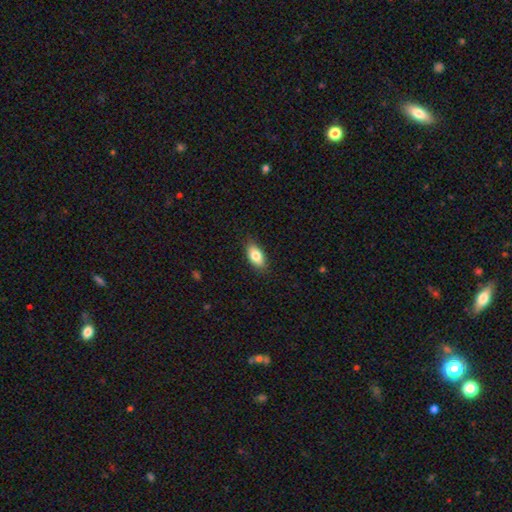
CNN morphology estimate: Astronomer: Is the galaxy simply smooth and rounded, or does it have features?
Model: smooth — 81%.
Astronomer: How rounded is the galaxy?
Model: in between — 90%.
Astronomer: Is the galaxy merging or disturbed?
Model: none — 85%.